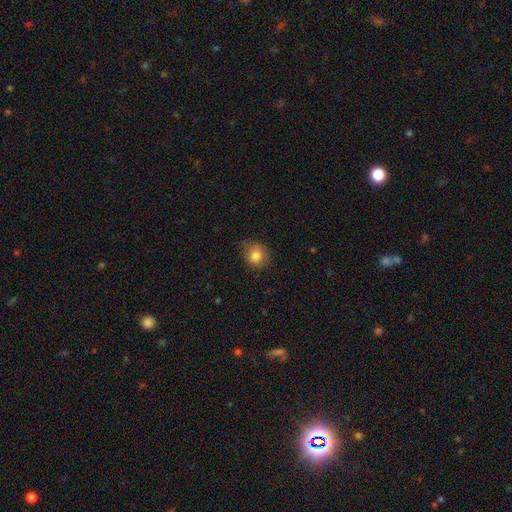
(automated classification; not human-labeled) Morphology: type=smooth (82%); roundness=round (82%); merging=none (78%).